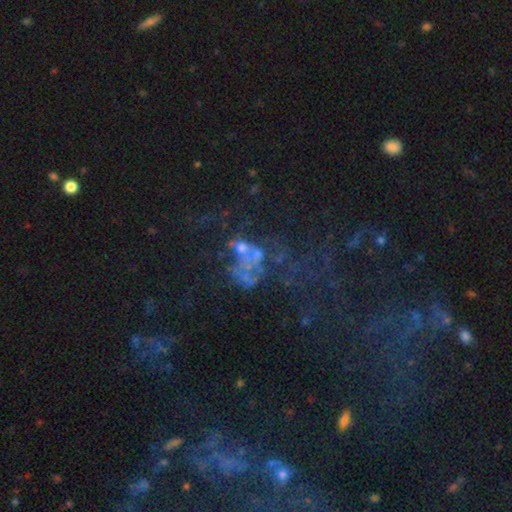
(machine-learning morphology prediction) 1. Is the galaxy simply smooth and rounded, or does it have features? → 54% featured or disk, 27% star or artifact, 19% smooth.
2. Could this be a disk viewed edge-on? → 97% no, 3% yes.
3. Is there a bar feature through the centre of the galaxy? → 92% no, 5% weak, 2% strong.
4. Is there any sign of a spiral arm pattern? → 91% no, 9% yes.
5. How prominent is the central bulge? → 67% none, 15% small, 13% moderate, 3% large, 2% dominant.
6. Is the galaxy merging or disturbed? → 38% major disturbance, 26% merger, 25% none, 11% minor disturbance.